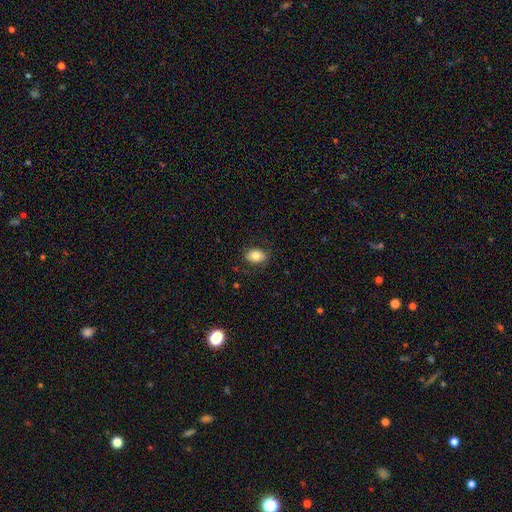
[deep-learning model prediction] Q: Smooth or featured?
A: smooth (79%); runner-up: featured or disk (12%)
Q: How rounded?
A: in between (74%); runner-up: round (25%)
Q: Merging?
A: none (83%); runner-up: minor disturbance (12%)